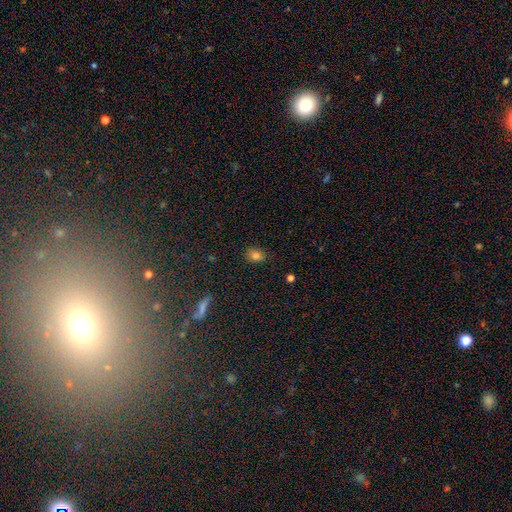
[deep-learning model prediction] Overall: smooth (80%). How rounded: in between (59%; round 40%). Merging: none (81%).